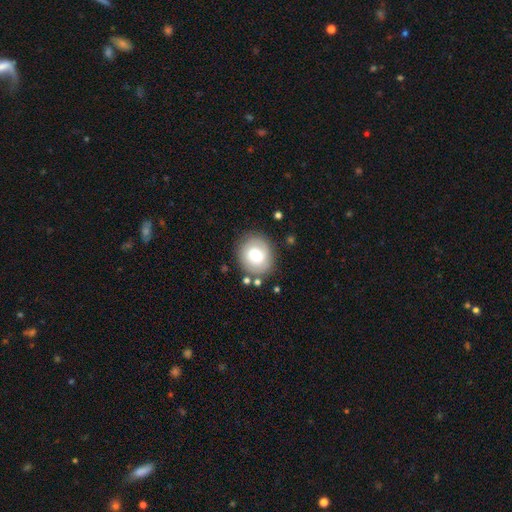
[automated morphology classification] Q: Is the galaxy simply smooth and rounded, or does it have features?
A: smooth — 65%.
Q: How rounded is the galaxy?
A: round — 80%.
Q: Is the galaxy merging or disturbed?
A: none — 81%.